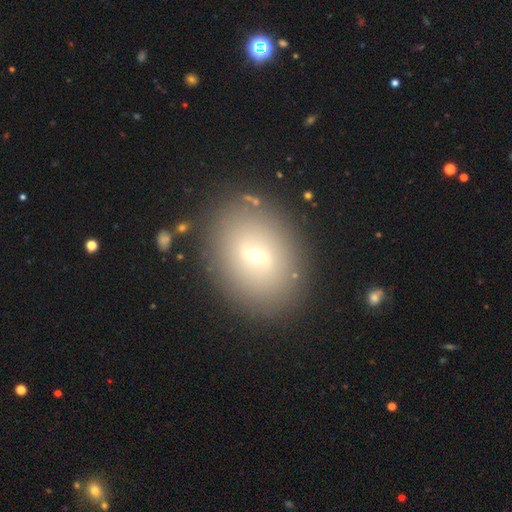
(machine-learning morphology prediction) type=featured or disk (48%); merging=none (84%).